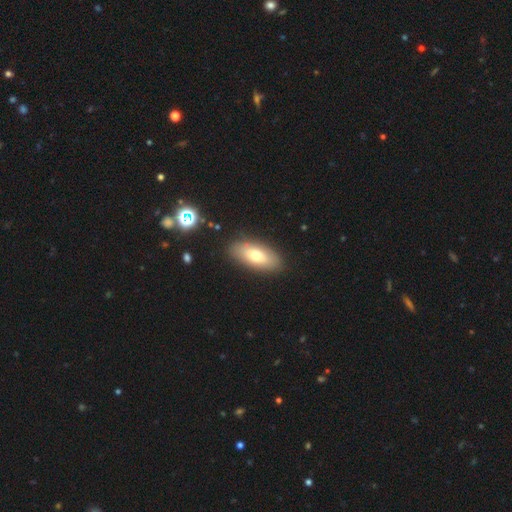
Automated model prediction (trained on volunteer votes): Q: Smooth or featured?
A: smooth (69%); runner-up: featured or disk (23%)
Q: How rounded?
A: in between (85%); runner-up: cigar-shaped (12%)
Q: Merging?
A: none (87%); runner-up: minor disturbance (9%)